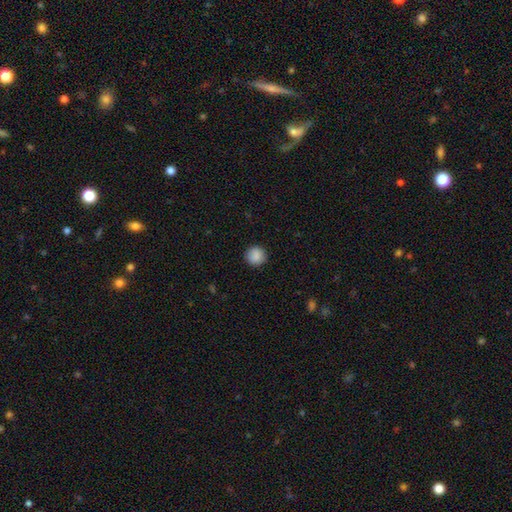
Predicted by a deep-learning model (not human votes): The model was most divided on "smooth or featured": smooth: 88%, star or artifact: 8%, featured or disk: 4%. More confident: how rounded — round (94%); merging — none (90%).